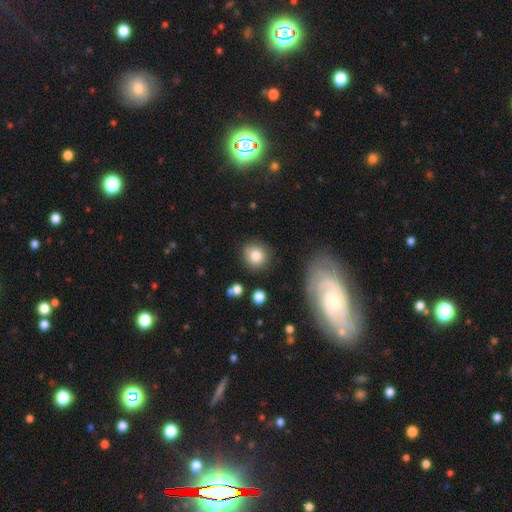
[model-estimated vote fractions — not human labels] Smooth or featured? Predicted: smooth (p=0.80). How rounded? Predicted: round (p=0.87). Merging? Predicted: none (p=0.84).